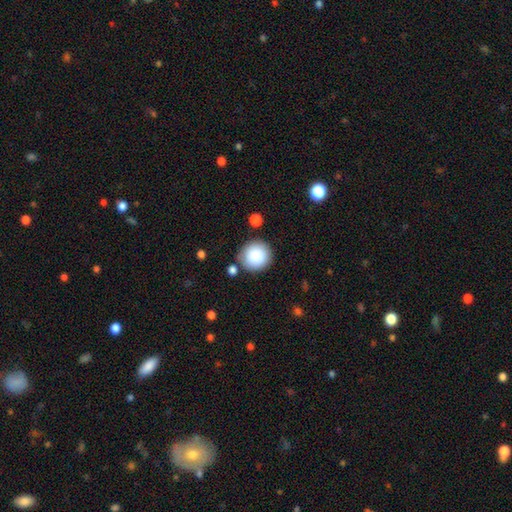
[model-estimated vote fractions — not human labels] smooth 88%, star or artifact 7%, featured or disk 5%. Down the decision tree: how rounded — round (93%); merging — none (81%).